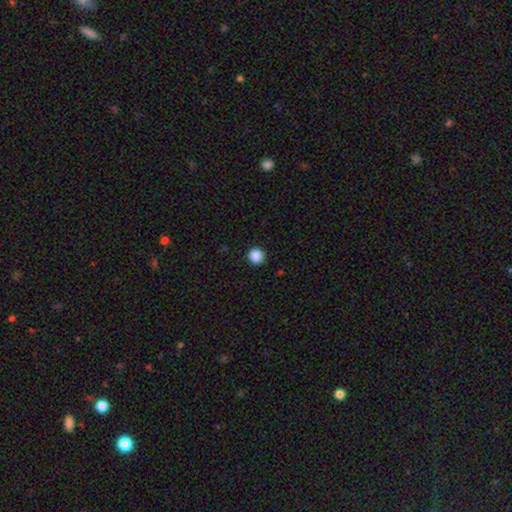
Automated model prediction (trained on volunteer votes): Smooth or featured? smooth (88%)
How rounded? round (95%)
Merging? none (92%)